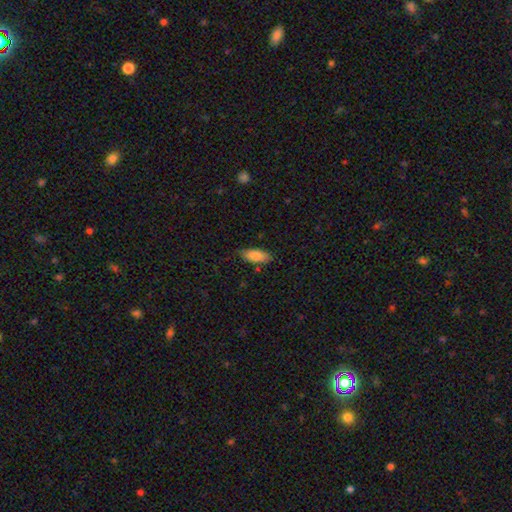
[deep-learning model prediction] Smooth or featured: smooth — 86% (featured or disk — 8%)
How rounded: in between — 83% (cigar-shaped — 16%)
Merging: none — 80% (minor disturbance — 16%)